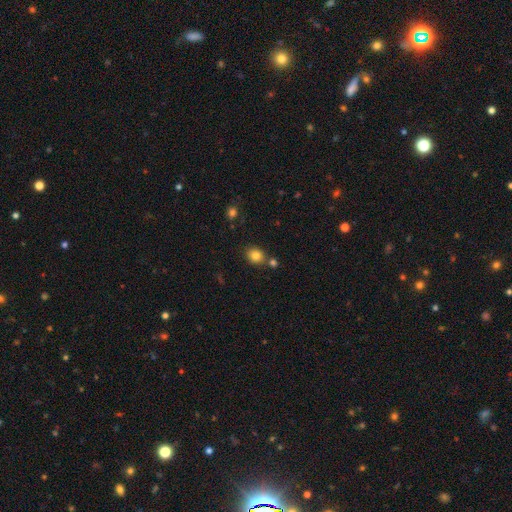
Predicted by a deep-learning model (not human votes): smooth_or_featured: smooth (p=0.83) [alt: star or artifact p=0.11]
how_rounded: round (p=0.66) [alt: in between p=0.33]
merging: none (p=0.73) [alt: merger p=0.14]